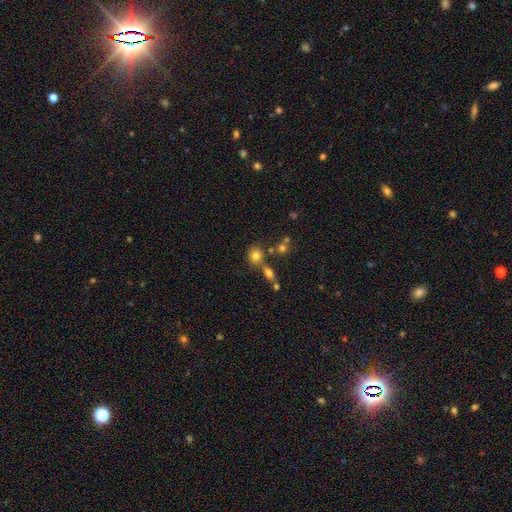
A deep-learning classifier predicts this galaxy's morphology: This is likely a smooth galaxy (76%). How rounded: likely round (76%). Merging: likely none (62%).